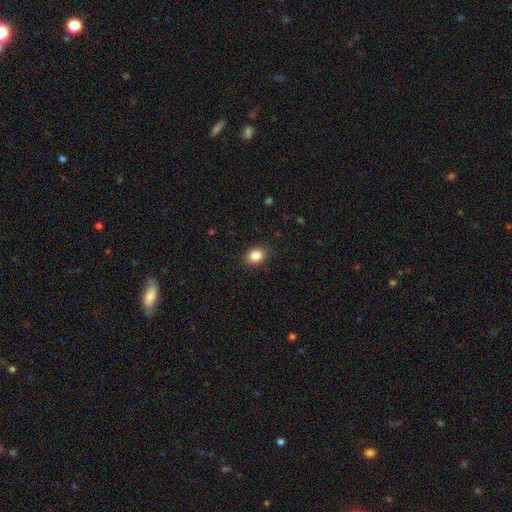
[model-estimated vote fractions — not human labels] Overall: smooth (86%). How rounded: in between (55%; round 45%). Merging: none (89%).